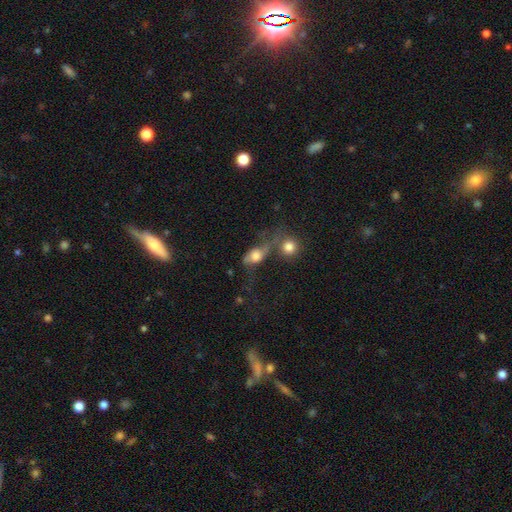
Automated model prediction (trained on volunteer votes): A smooth galaxy with no disk features (62%) that is in between round and cigar-shaped (63%).

Vote fractions:
- Smooth or featured? smooth: 62% / featured or disk: 26% / star or artifact: 12%
- How rounded? in between: 63% / round: 31% / cigar-shaped: 6%
- Merging? merger: 33% / none: 26% / major disturbance: 24% / minor disturbance: 17%